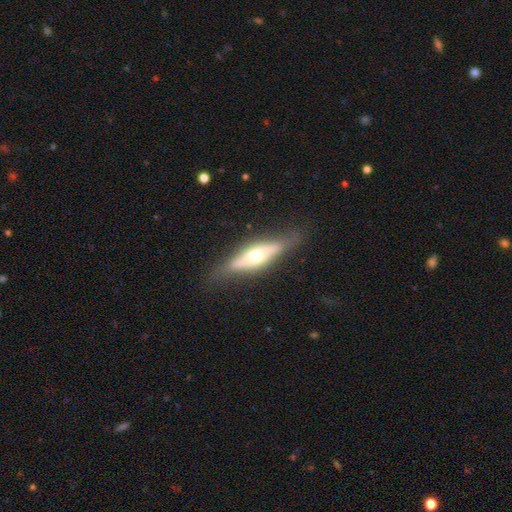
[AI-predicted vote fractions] smooth-or-featured: featured or disk: 64% | smooth: 30% | star or artifact: 6%
  disk-edge-on: yes: 79% | no: 21%
    edge-on-bulge: rounded: 84% | boxy: 10% | none: 5%
  merging: none: 76% | minor disturbance: 16% | major disturbance: 6% | merger: 2%